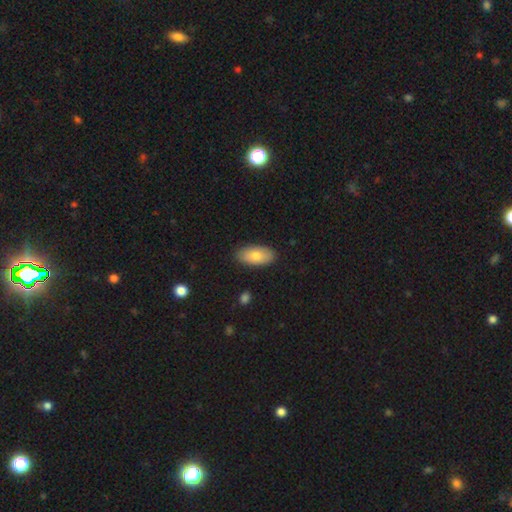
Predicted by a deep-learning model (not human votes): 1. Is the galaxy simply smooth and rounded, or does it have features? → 79% smooth, 15% featured or disk, 6% star or artifact.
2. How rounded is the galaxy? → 93% in between, 4% cigar-shaped, 3% round.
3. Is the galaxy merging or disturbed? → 87% none, 10% minor disturbance, 2% major disturbance, 1% merger.